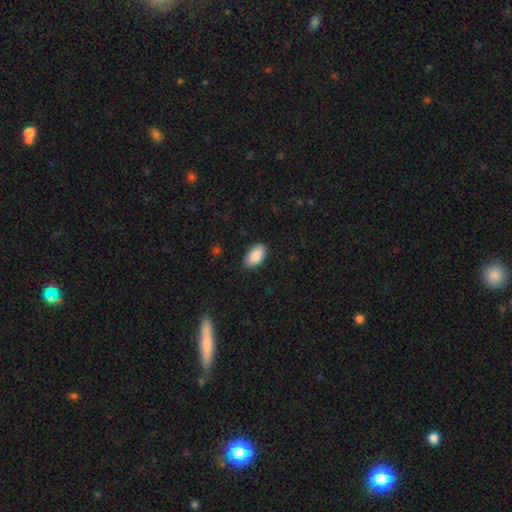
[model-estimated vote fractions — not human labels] A smooth galaxy with no disk features (88%) that is in between round and cigar-shaped (95%).

Vote fractions:
- Smooth or featured? smooth: 88% / star or artifact: 6% / featured or disk: 5%
- How rounded? in between: 95% / round: 4% / cigar-shaped: 2%
- Merging? none: 84% / minor disturbance: 13% / major disturbance: 2% / merger: 1%